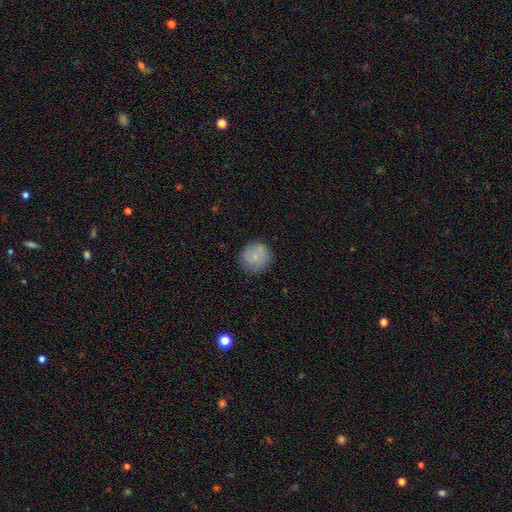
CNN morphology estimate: Overall: smooth (77%). How rounded: round (91%). Merging: none (83%).